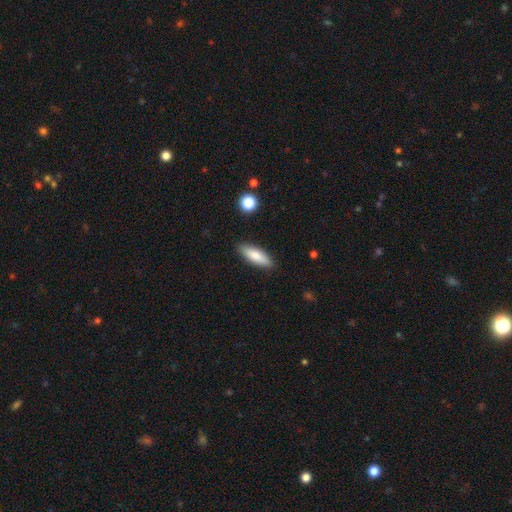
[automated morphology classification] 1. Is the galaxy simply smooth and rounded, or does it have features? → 79% smooth, 15% featured or disk, 6% star or artifact.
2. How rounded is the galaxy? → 50% in between, 48% cigar-shaped, 2% round.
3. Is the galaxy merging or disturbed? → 88% none, 9% minor disturbance, 2% major disturbance, 1% merger.